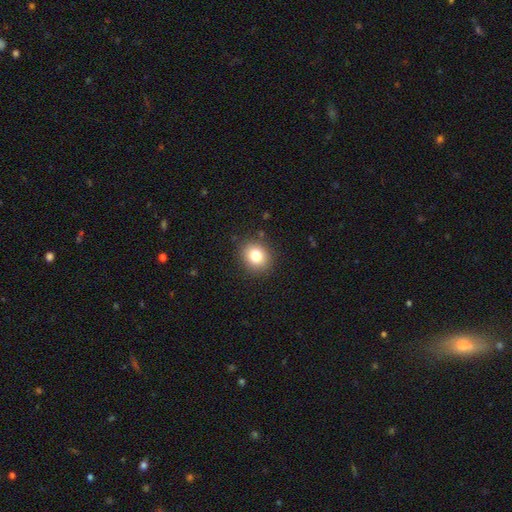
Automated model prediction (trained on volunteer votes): Smooth or featured? smooth (80%)
How rounded? round (66%)
Merging? none (88%)